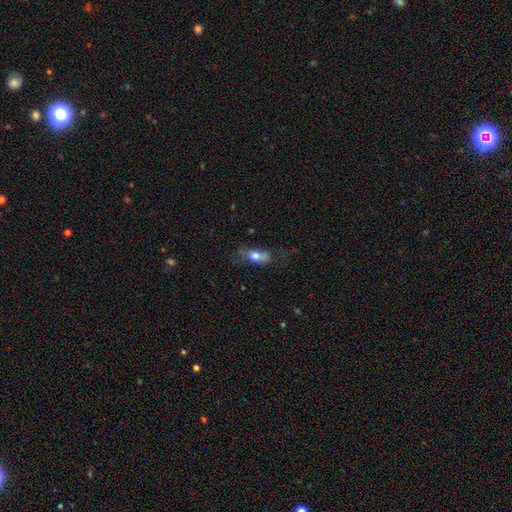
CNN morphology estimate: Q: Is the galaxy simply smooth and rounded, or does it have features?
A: smooth — 69%.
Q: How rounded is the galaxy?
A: in between — 77%.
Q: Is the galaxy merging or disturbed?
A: none — 45%.